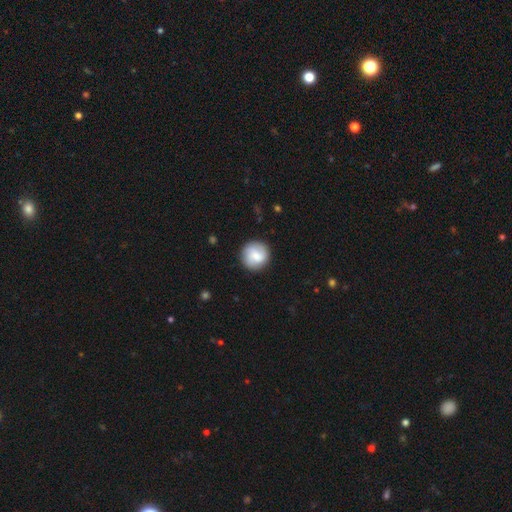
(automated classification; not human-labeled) A smooth galaxy with no disk features (69%) that is round (94%). Merging: none (87%).